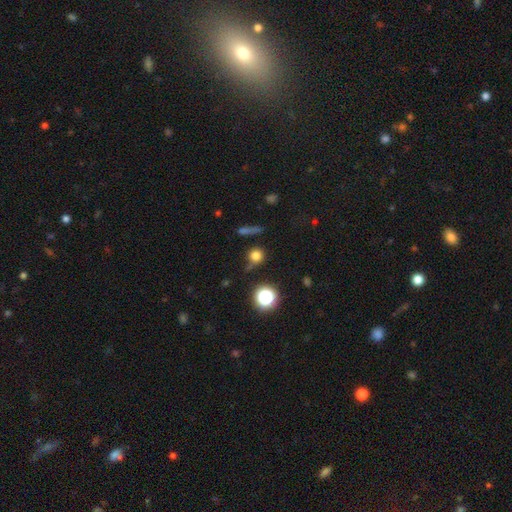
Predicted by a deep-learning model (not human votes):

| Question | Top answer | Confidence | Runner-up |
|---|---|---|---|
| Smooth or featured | smooth | 73% | star or artifact (18%) |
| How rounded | round | 90% | in between (8%) |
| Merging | none | 71% | minor disturbance (17%) |